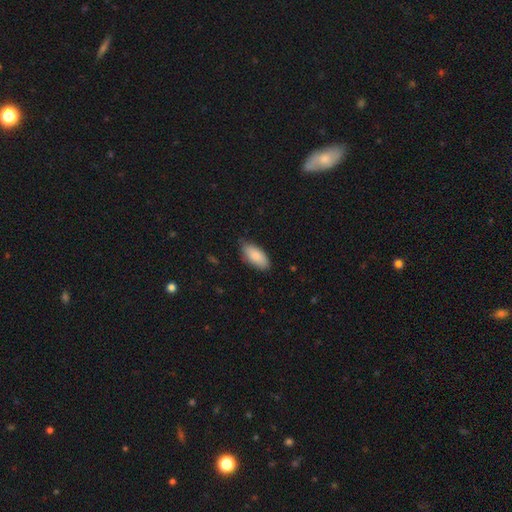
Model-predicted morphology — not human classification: Smooth or featured?
  - smooth: 87% *
  - featured or disk: 7%
  - star or artifact: 6%
How rounded?
  - in between: 90% *
  - cigar-shaped: 9%
  - round: 2%
Merging?
  - none: 79% *
  - minor disturbance: 17%
  - major disturbance: 3%
  - merger: 1%